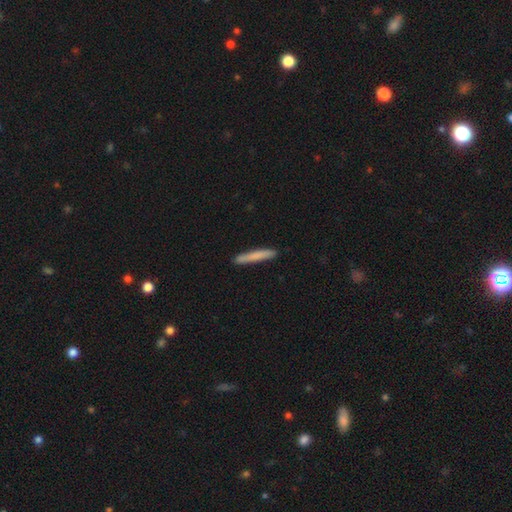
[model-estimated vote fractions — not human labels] smooth_or_featured: smooth (p=0.78) [alt: featured or disk p=0.17]
how_rounded: cigar-shaped (p=0.96) [alt: in between p=0.03]
merging: none (p=0.90) [alt: minor disturbance p=0.07]